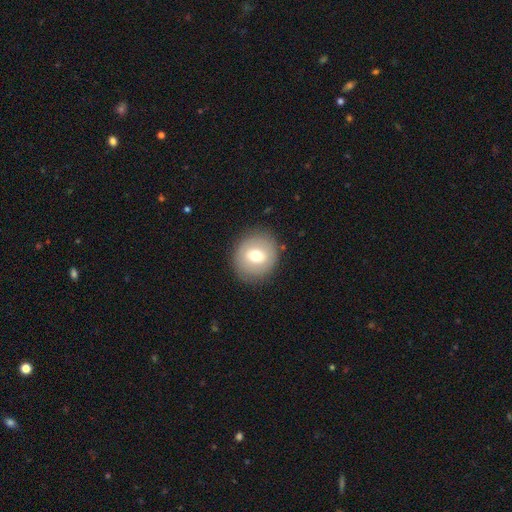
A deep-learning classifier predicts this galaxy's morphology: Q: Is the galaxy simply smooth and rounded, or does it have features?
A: smooth — 66%.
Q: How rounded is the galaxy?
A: round — 83%.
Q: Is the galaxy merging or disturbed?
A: none — 86%.